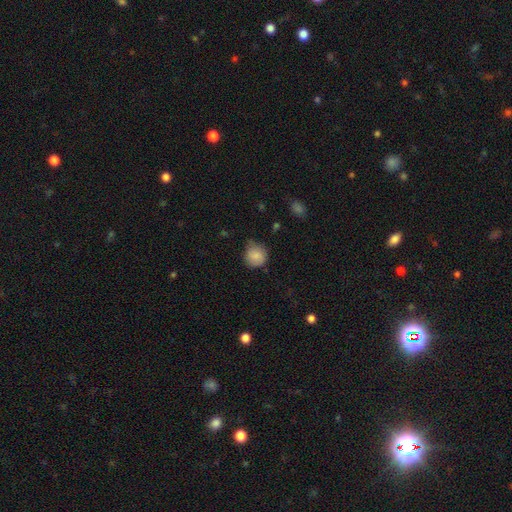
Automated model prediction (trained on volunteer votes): The model was most divided on "merging": none: 65%, minor disturbance: 28%, major disturbance: 5%, merger: 2%. More confident: how rounded — round (87%); smooth or featured — smooth (84%).